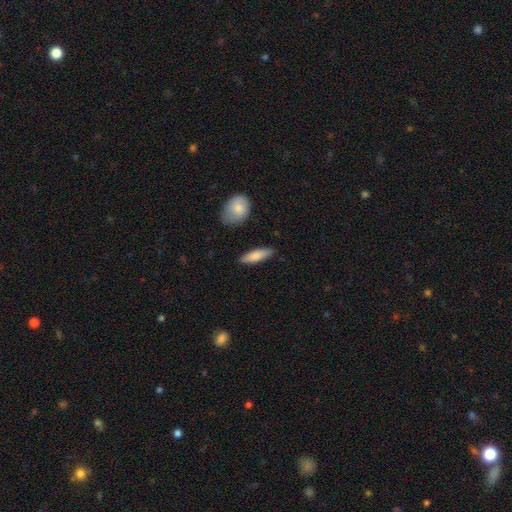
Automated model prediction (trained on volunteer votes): The model was most divided on "how rounded": cigar-shaped: 54%, in between: 44%, round: 2%. More confident: merging — none (85%); smooth or featured — smooth (77%).